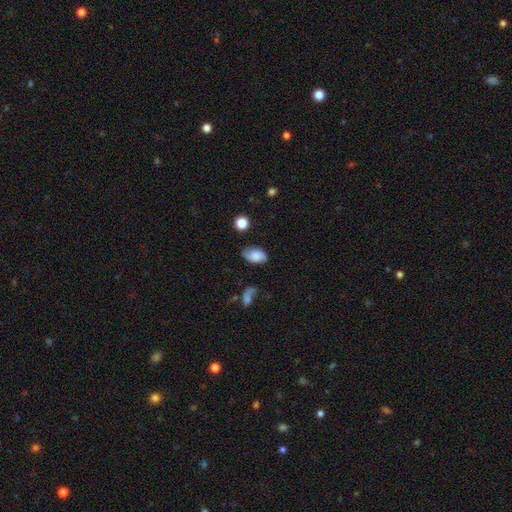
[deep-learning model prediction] A smooth galaxy with no disk features (62%) that is in between round and cigar-shaped (89%).

Vote fractions:
- Smooth or featured? smooth: 62% / featured or disk: 28% / star or artifact: 10%
- How rounded? in between: 89% / round: 10% / cigar-shaped: 2%
- Merging? none: 68% / minor disturbance: 22% / major disturbance: 7% / merger: 3%